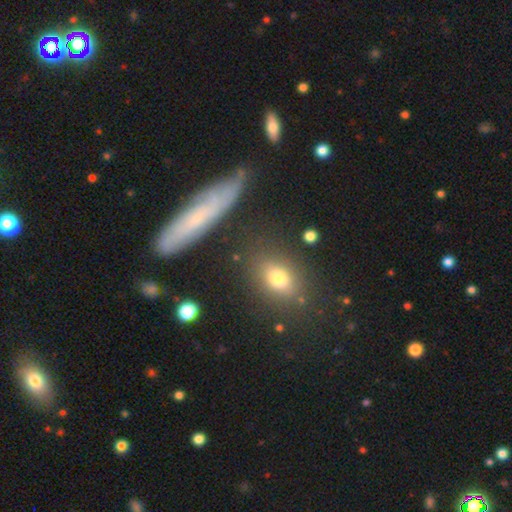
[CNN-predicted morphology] A smooth galaxy with no disk features (48%). Merging: none (81%).